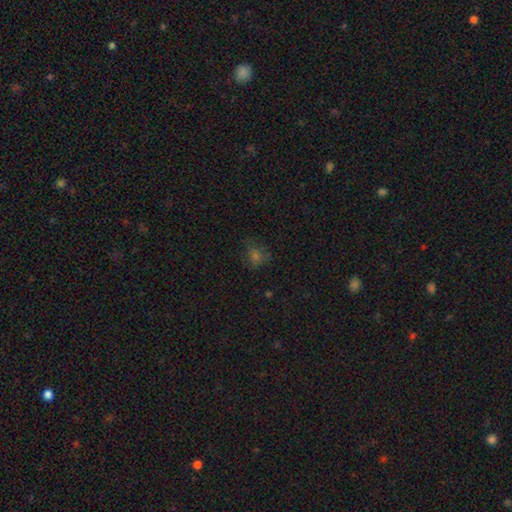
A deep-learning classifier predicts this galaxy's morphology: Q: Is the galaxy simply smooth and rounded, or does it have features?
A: smooth — 57%.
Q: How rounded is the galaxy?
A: round — 70%.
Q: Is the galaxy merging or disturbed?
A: none — 66%.